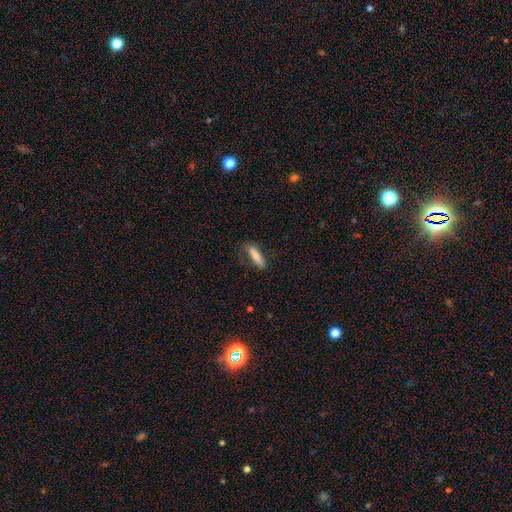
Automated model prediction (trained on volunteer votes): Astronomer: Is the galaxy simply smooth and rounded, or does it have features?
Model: smooth — 74%.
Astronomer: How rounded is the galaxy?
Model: cigar-shaped — 68%.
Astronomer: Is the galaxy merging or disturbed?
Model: none — 64%.